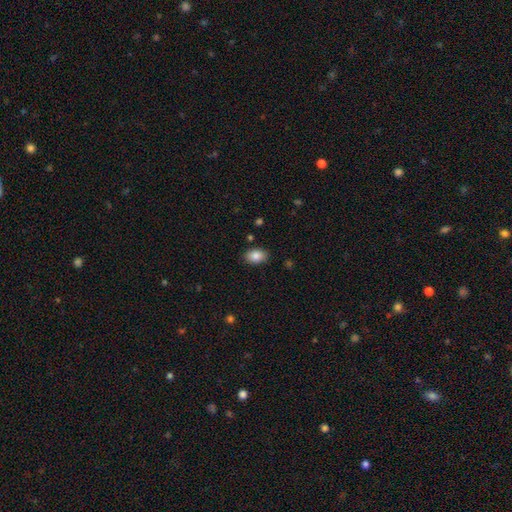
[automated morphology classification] smooth 85%, star or artifact 8%, featured or disk 7%. Down the decision tree: how rounded — in between (84%); merging — none (87%).